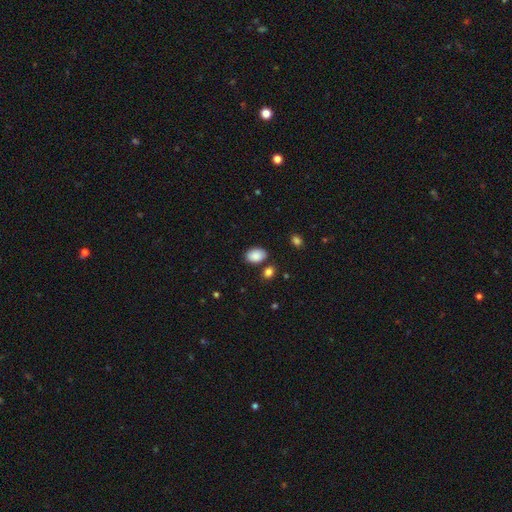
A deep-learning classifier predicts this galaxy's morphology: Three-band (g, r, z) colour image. It shows a smooth galaxy with no disk features (88%) that is in between round and cigar-shaped (83%). Merging: none (78%).